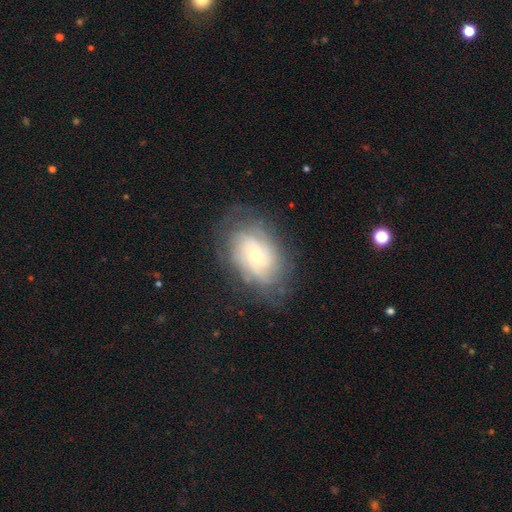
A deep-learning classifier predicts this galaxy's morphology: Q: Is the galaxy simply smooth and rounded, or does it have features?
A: featured or disk — 64%.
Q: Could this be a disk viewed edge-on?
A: no — 95%.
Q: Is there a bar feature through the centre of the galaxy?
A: no — 73%.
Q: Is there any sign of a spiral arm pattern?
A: yes — 84%.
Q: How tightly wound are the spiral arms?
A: tight — 62%.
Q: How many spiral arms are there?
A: can't tell — 58%.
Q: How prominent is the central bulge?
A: small — 62%.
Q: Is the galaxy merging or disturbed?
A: none — 71%.